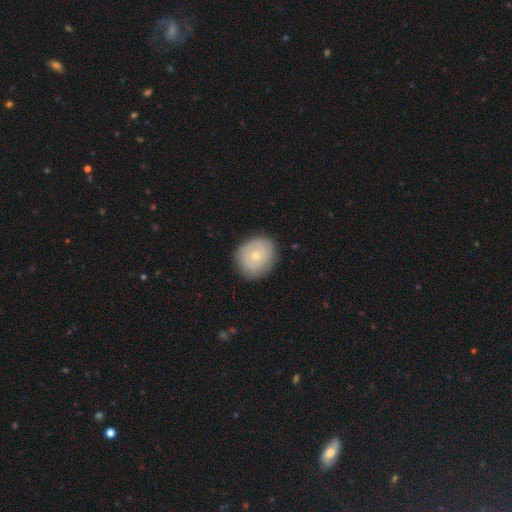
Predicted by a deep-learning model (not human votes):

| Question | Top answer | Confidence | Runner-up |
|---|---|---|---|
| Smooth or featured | smooth | 54% | featured or disk (38%) |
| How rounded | round | 73% | in between (26%) |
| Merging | none | 82% | minor disturbance (13%) |